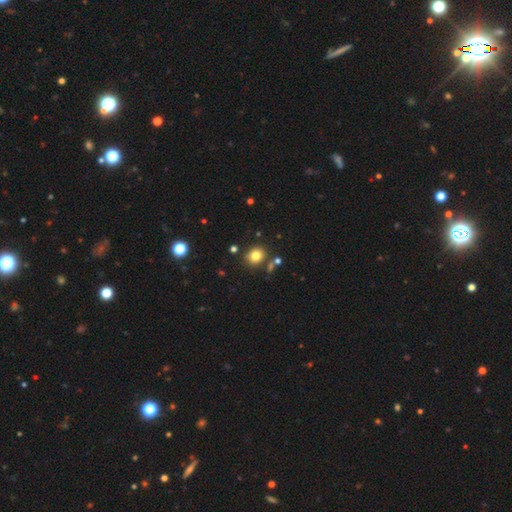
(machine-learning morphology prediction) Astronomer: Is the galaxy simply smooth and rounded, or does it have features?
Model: smooth — 80%.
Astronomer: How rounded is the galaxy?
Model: round — 68%.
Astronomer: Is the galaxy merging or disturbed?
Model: none — 80%.